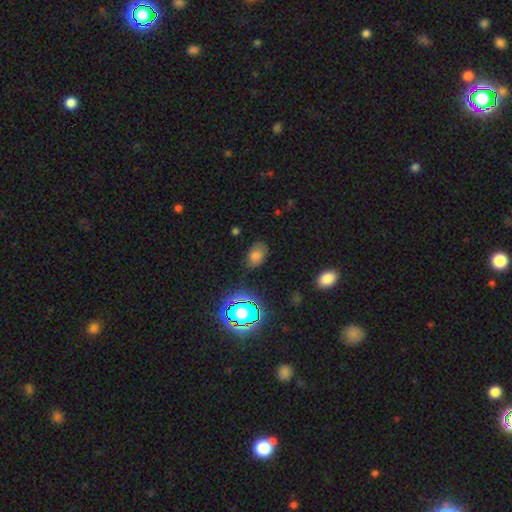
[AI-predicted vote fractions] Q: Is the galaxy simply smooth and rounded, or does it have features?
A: smooth — 68%.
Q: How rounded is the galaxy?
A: in between — 83%.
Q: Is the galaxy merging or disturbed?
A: none — 73%.